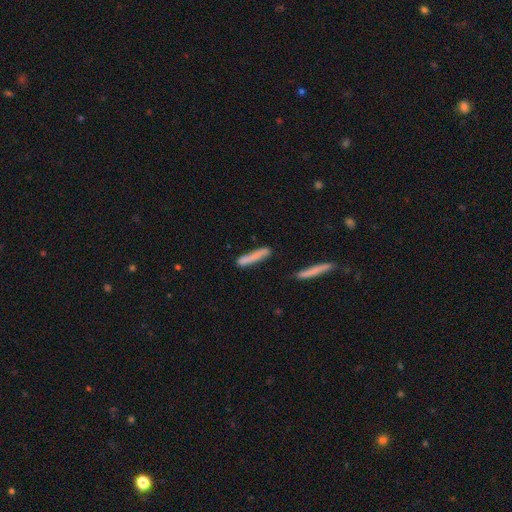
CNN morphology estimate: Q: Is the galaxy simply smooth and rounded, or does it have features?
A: smooth — 76%.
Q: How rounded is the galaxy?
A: cigar-shaped — 91%.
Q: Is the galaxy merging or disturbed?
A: none — 70%.